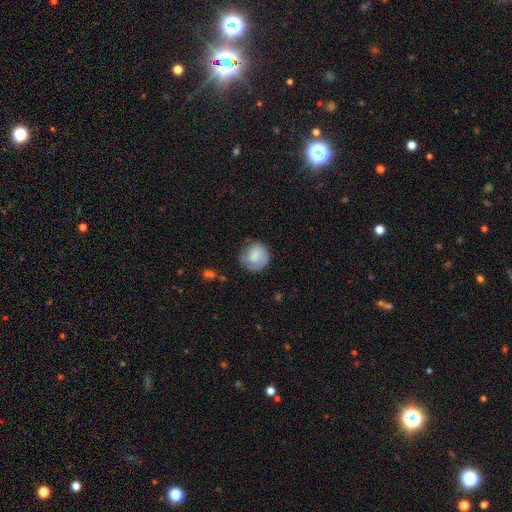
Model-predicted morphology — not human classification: type=smooth (63%); roundness=round (86%); merging=none (67%).